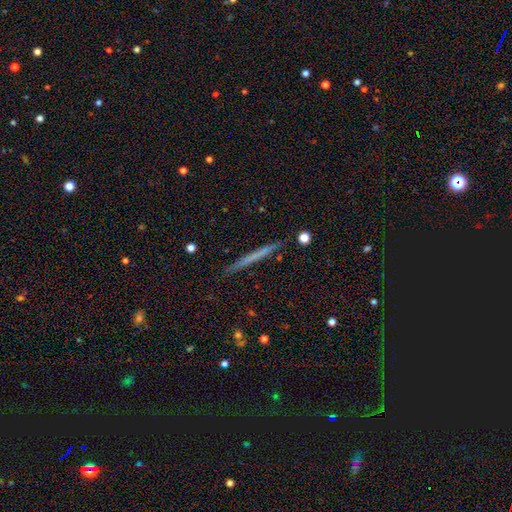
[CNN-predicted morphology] This appears to be a smooth galaxy with no disk features (49%). Merging: none (91%).